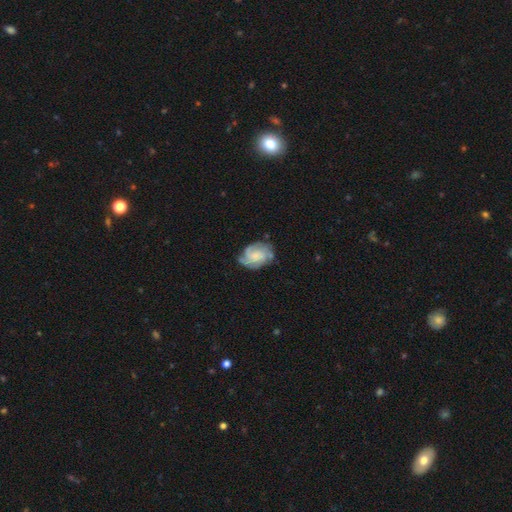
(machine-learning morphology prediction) The model was most divided on "bulge size": small: 36%, moderate: 32%, none: 20%, large: 10%, dominant: 2%. Remaining: edge-on disk — no (98%); spiral arms — yes (94%); smooth or featured — featured or disk (73%); bar — no (69%); merging — none (66%); spiral winding — tight (51%); spiral arm count — 3 (38%).